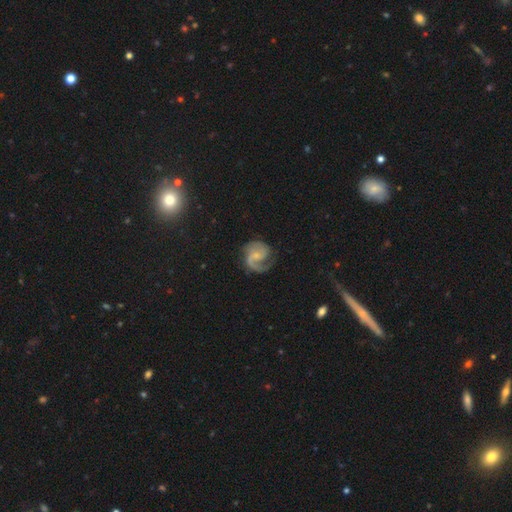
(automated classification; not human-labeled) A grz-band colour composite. It shows a featured or disk galaxy (88%) with no bar (59%), 2 (78%) medium (54%) spiral arms (97%) and a small central bulge (67%). Merging: none (70%).